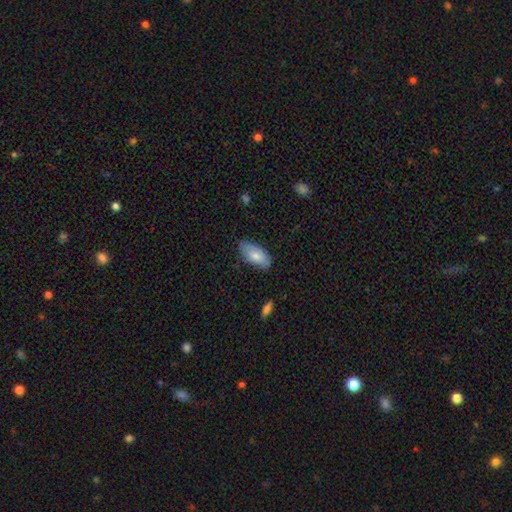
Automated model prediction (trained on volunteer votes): Morphology: type=smooth (75%); roundness=in between (89%); merging=none (69%).